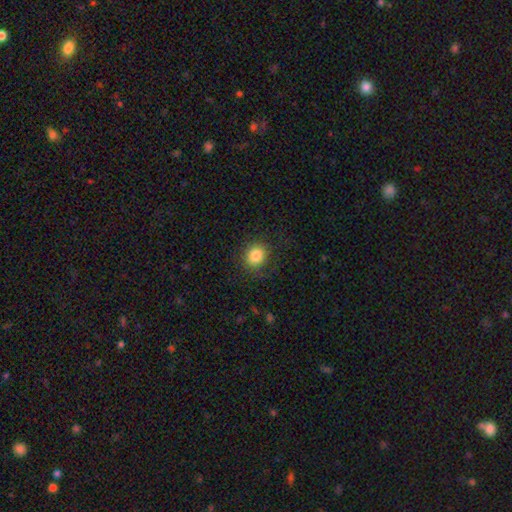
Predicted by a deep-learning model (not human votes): smooth-or-featured: smooth: 85% | star or artifact: 10% | featured or disk: 5%
  how-rounded: round: 76% | in between: 23% | cigar-shaped: 1%
  merging: none: 83% | minor disturbance: 11% | major disturbance: 4% | merger: 1%